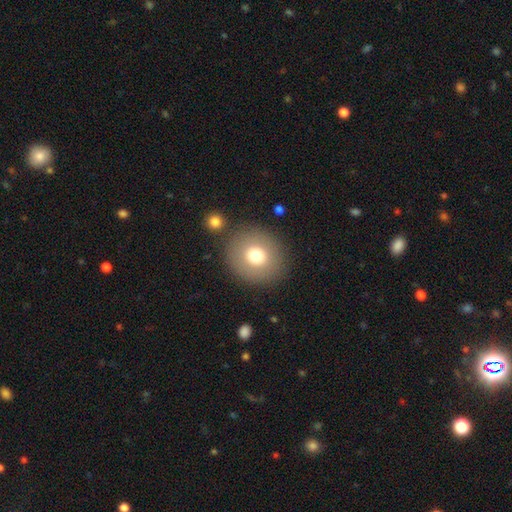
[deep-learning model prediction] Q: Smooth or featured?
A: smooth (73%); runner-up: featured or disk (17%)
Q: How rounded?
A: round (87%); runner-up: in between (12%)
Q: Merging?
A: none (86%); runner-up: minor disturbance (7%)